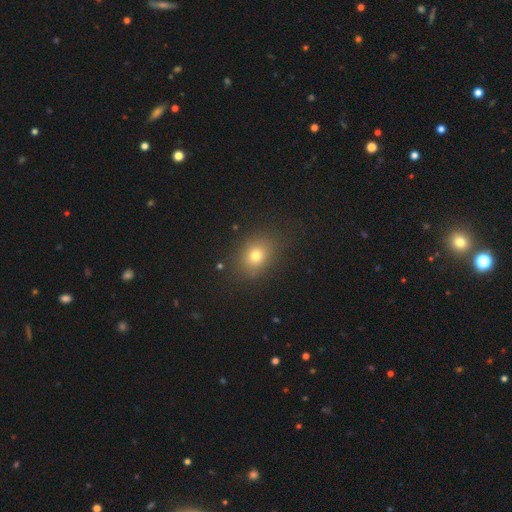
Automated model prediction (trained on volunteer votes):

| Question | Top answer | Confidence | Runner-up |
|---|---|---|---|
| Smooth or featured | smooth | 75% | star or artifact (15%) |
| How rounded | in between | 54% | round (45%) |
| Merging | none | 83% | minor disturbance (11%) |